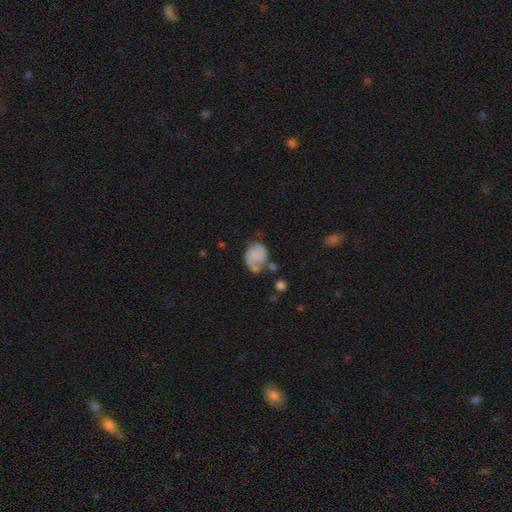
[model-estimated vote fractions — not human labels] smooth_or_featured: smooth (p=0.49) [alt: featured or disk p=0.41]
merging: none (p=0.39) [alt: minor disturbance p=0.29]